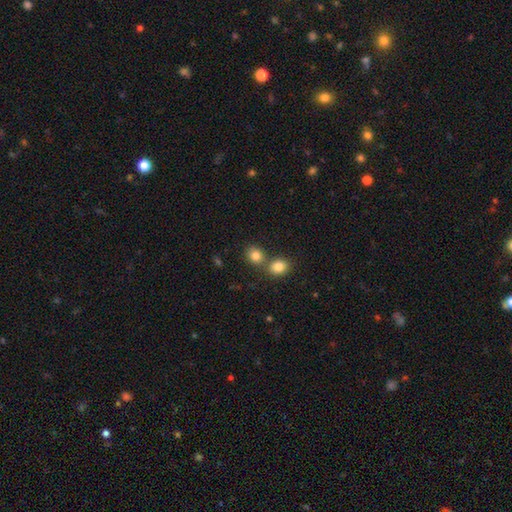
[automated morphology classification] Smooth or featured? smooth (82%)
How rounded? round (74%)
Merging? none (53%)